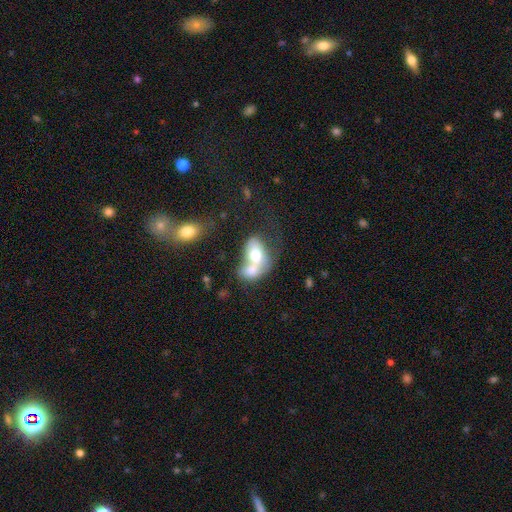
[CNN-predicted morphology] The model was most divided on "smooth or featured": smooth: 63%, featured or disk: 29%, star or artifact: 7%. More confident: how rounded — in between (79%); merging — merger (77%).